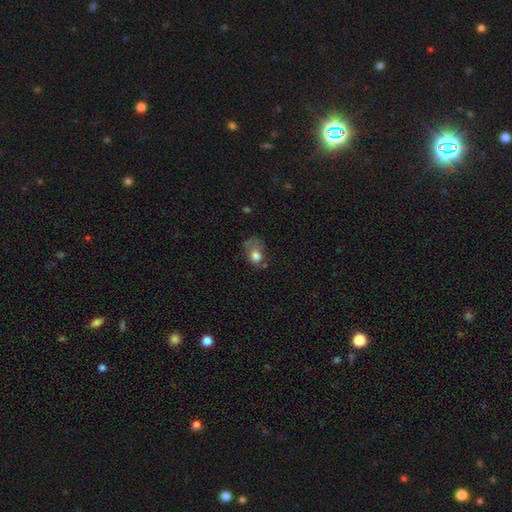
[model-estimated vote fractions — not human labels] This is likely a smooth galaxy (72%). How rounded: likely in between (60%). Merging: marginally major disturbance (38%).